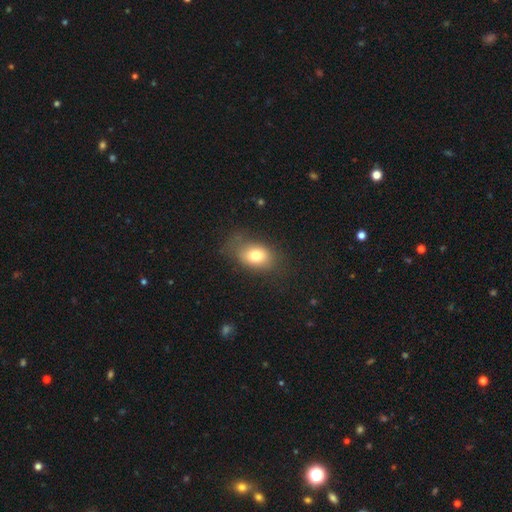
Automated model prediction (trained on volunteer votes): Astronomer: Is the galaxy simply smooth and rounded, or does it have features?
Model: smooth — 77%.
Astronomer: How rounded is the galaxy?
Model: in between — 77%.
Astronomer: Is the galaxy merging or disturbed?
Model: none — 63%.